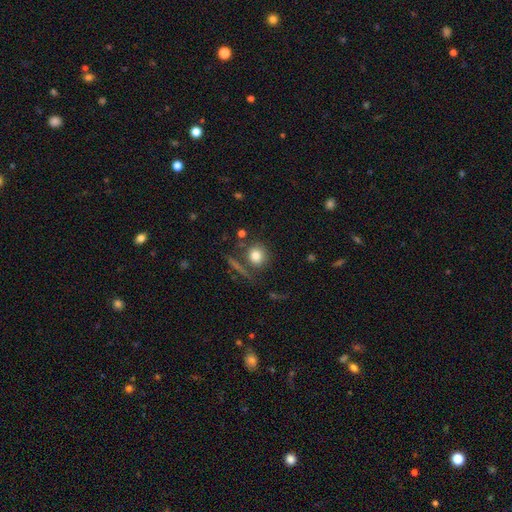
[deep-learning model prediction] Smooth or featured? Predicted: smooth (p=0.80). How rounded? Predicted: round (p=0.84). Merging? Predicted: none (p=0.73).